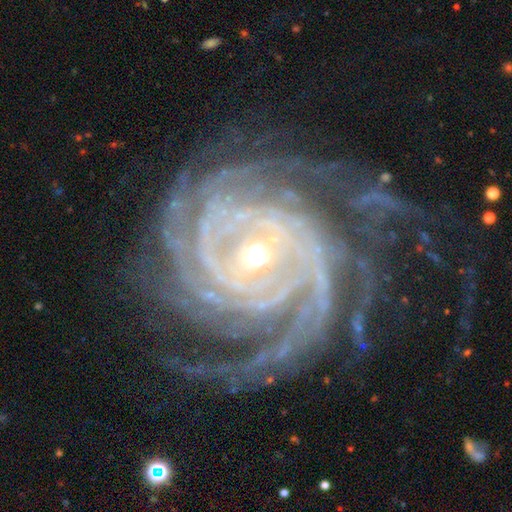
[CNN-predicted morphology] A featured or disk galaxy (93%) with no bar (43%), more than 4 (28%) tight (82%) spiral arms (99%) and a small central bulge (60%). Merging: none (72%).